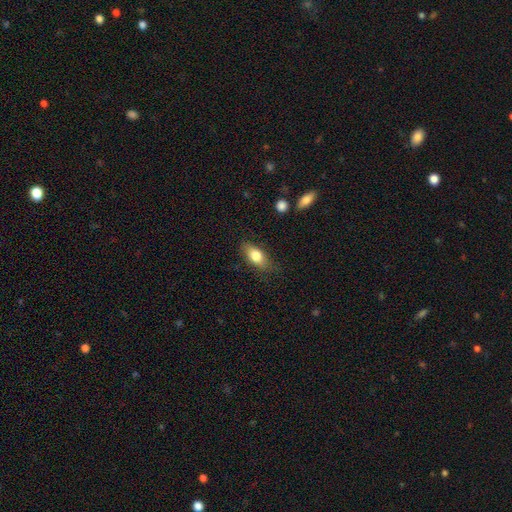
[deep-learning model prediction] Morphology: type=smooth (78%); roundness=in between (82%); merging=none (80%).